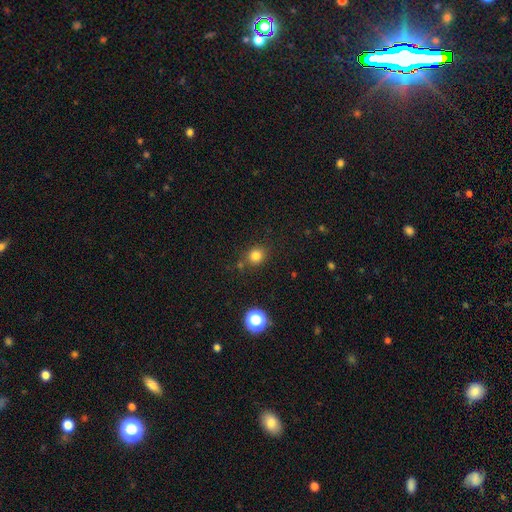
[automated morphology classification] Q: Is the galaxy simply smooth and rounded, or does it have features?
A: smooth — 81%.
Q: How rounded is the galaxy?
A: round — 78%.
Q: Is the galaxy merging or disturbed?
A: none — 80%.